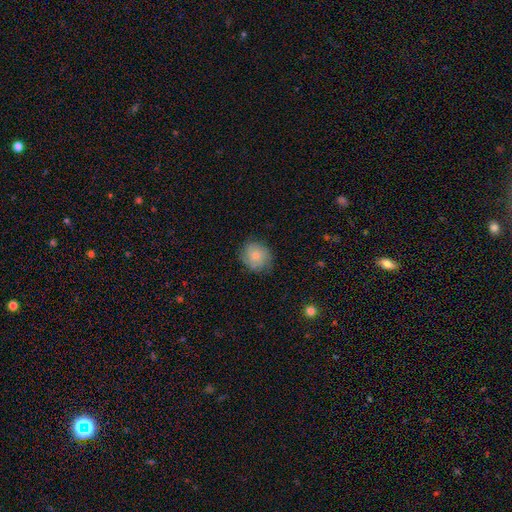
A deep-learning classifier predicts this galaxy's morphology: This appears to be a smooth galaxy with no disk features (69%) that is round (71%). Merging: none (73%).